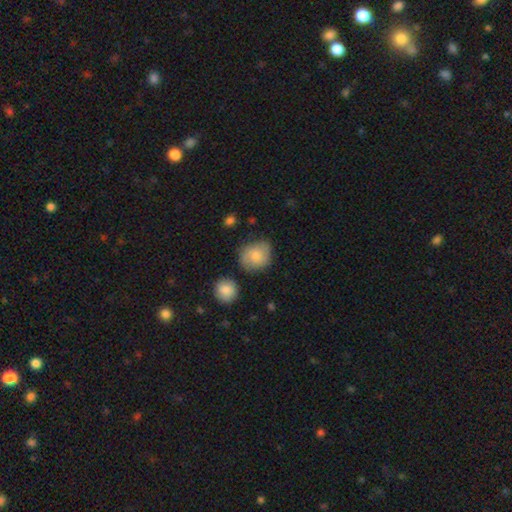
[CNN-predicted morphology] Smooth or featured? Predicted: smooth (p=0.78). How rounded? Predicted: round (p=0.76). Merging? Predicted: none (p=0.68).